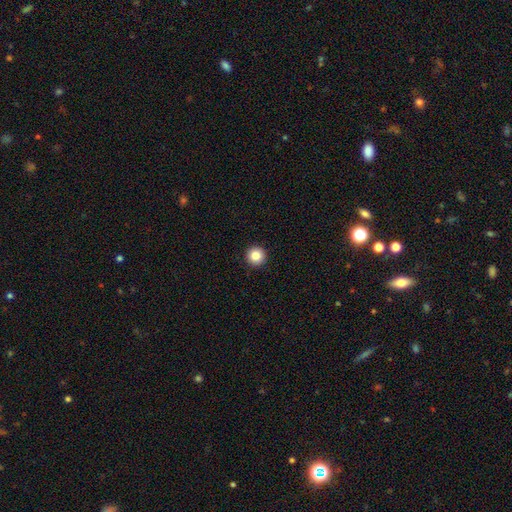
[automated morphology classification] smooth-or-featured: smooth: 85% | star or artifact: 10% | featured or disk: 5%
  how-rounded: round: 97% | in between: 2% | cigar-shaped: 1%
  merging: none: 94% | minor disturbance: 4% | major disturbance: 1% | merger: 1%